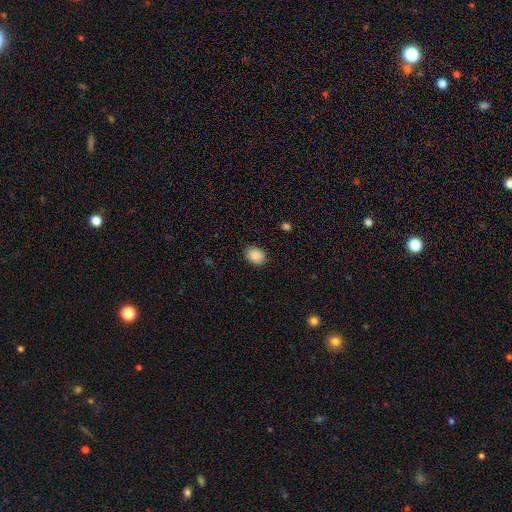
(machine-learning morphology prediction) smooth-or-featured: smooth: 89% | star or artifact: 8% | featured or disk: 3%
  how-rounded: in between: 66% | round: 33% | cigar-shaped: 1%
  merging: none: 87% | minor disturbance: 10% | major disturbance: 2% | merger: 1%